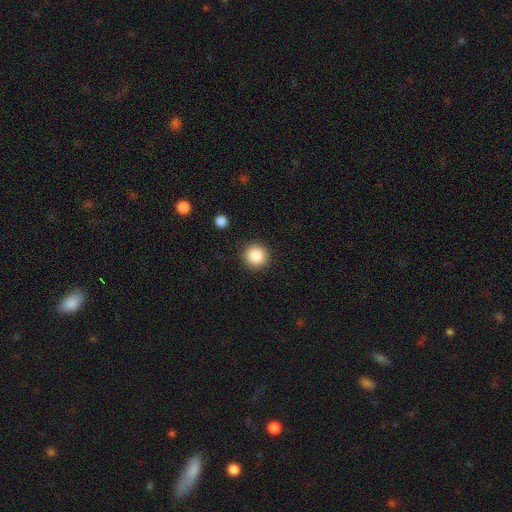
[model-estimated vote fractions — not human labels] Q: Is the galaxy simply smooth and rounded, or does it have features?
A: smooth — 87%.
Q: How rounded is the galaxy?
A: round — 95%.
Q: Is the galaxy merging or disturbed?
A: none — 91%.